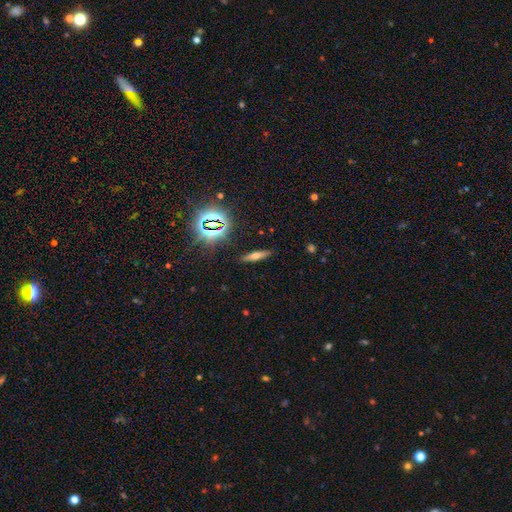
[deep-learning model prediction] Smooth or featured? smooth (48%)
Merging? none (88%)